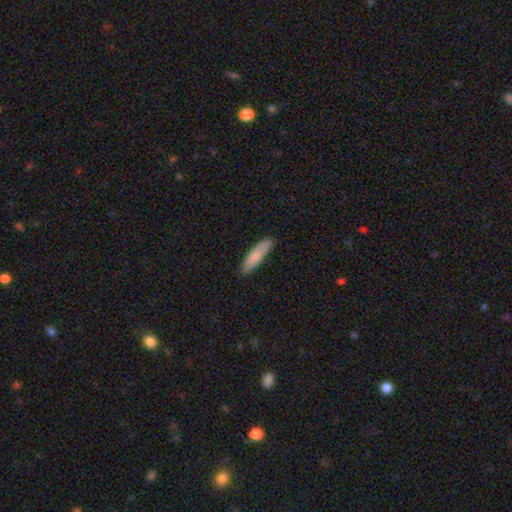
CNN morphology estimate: The model was most divided on "how rounded": cigar-shaped: 69%, in between: 30%, round: 1%. More confident: merging — none (86%); smooth or featured — smooth (85%).